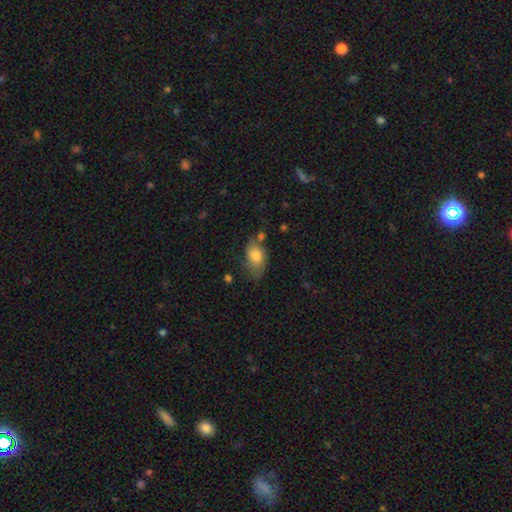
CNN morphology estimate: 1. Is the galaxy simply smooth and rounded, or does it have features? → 73% smooth, 19% featured or disk, 8% star or artifact.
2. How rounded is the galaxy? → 86% in between, 12% round, 2% cigar-shaped.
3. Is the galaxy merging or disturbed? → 46% none, 31% minor disturbance, 14% major disturbance, 8% merger.